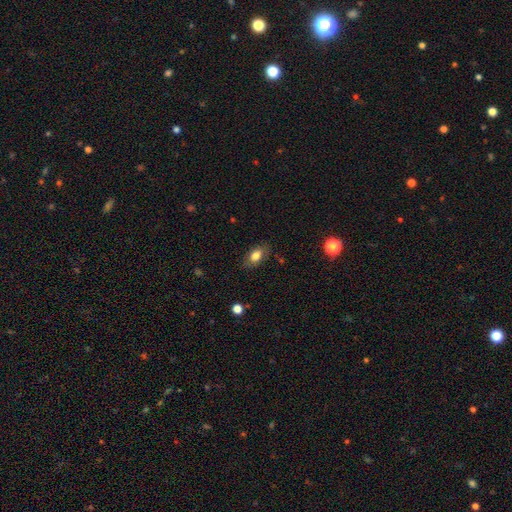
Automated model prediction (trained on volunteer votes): Smooth or featured? Predicted: smooth (p=0.79). How rounded? Predicted: in between (p=0.87). Merging? Predicted: none (p=0.81).